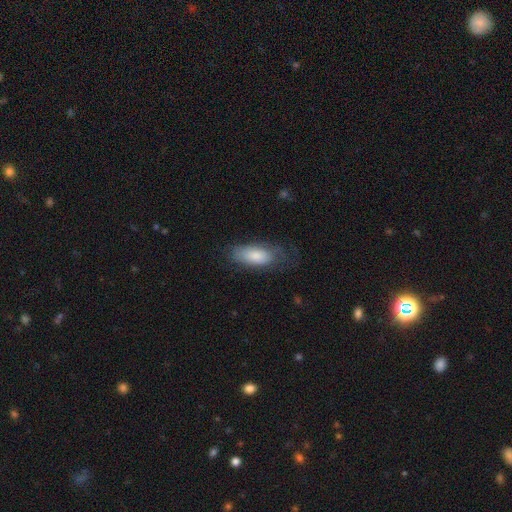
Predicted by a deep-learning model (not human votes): Q: Smooth or featured?
A: smooth (77%); runner-up: featured or disk (17%)
Q: How rounded?
A: in between (84%); runner-up: cigar-shaped (13%)
Q: Merging?
A: none (58%); runner-up: minor disturbance (27%)